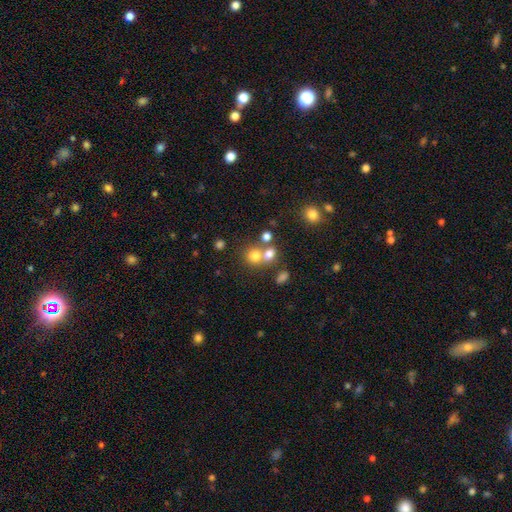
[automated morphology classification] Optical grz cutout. It shows a smooth galaxy with no disk features (72%) that is round (81%). Merging: none (48%).